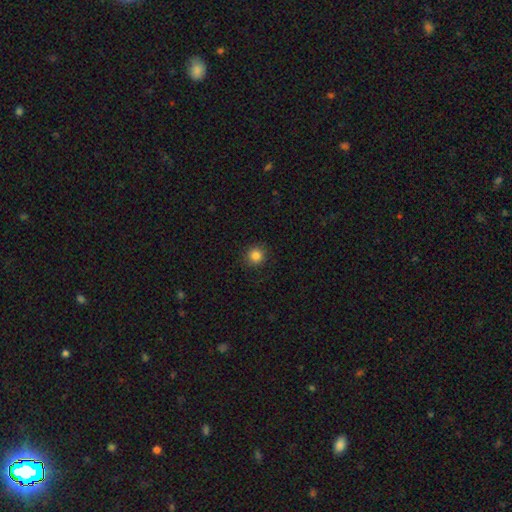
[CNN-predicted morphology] Smooth or featured?
  - smooth: 84% *
  - star or artifact: 12%
  - featured or disk: 4%
How rounded?
  - round: 94% *
  - in between: 6%
  - cigar-shaped: 1%
Merging?
  - none: 91% *
  - minor disturbance: 6%
  - major disturbance: 2%
  - merger: 1%